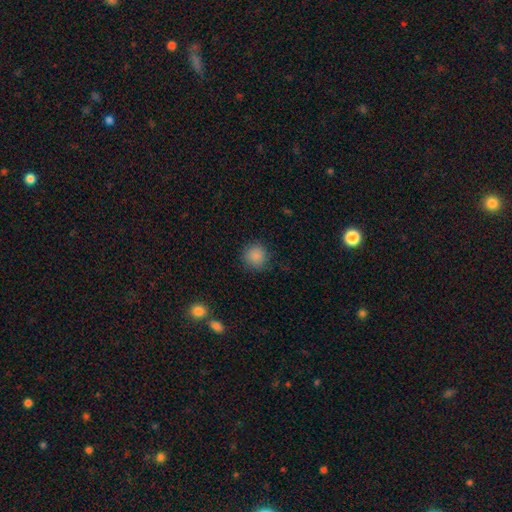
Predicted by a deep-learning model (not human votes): Q: Smooth or featured?
A: smooth (87%); runner-up: star or artifact (9%)
Q: How rounded?
A: round (92%); runner-up: in between (7%)
Q: Merging?
A: none (85%); runner-up: minor disturbance (10%)